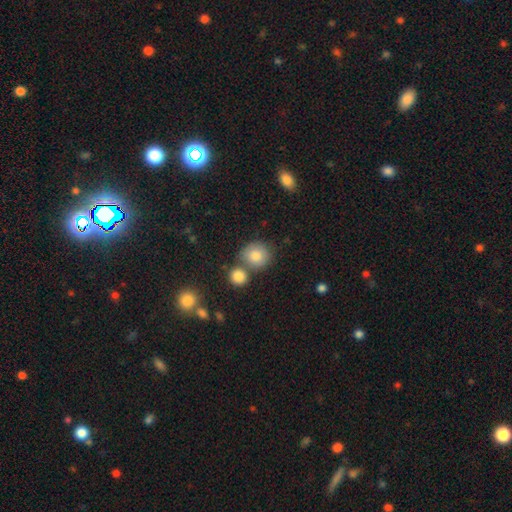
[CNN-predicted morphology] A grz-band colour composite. It shows a smooth galaxy with no disk features (82%) that is round (81%). Merging: none (57%).